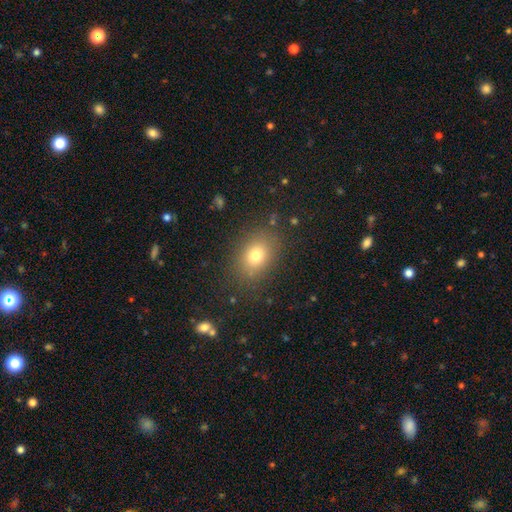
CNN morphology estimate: Smooth or featured?
  - smooth: 76% *
  - star or artifact: 13%
  - featured or disk: 11%
How rounded?
  - in between: 66% *
  - round: 33%
  - cigar-shaped: 1%
Merging?
  - none: 83% *
  - minor disturbance: 11%
  - major disturbance: 4%
  - merger: 2%